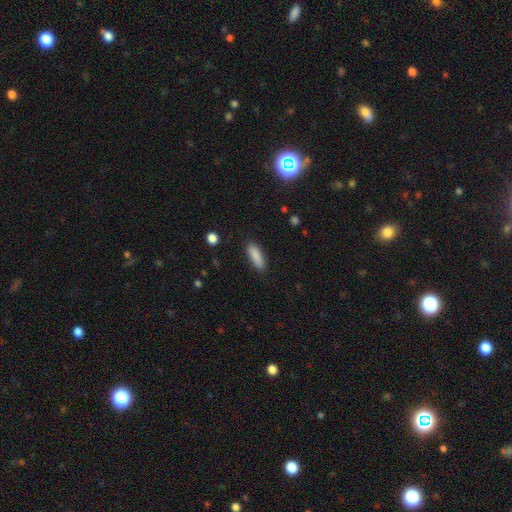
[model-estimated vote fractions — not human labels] The model was most divided on "how rounded": in between: 53%, cigar-shaped: 45%, round: 2%. More confident: smooth or featured — smooth (88%); merging — none (87%).